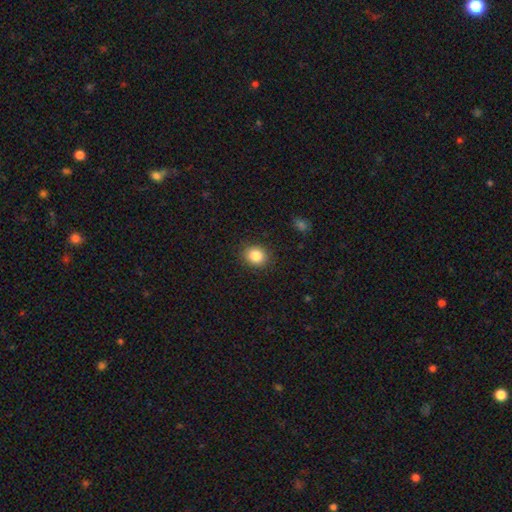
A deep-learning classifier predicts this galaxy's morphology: The model was most divided on "how rounded": round: 65%, in between: 34%, cigar-shaped: 1%. More confident: merging — none (89%); smooth or featured — smooth (85%).